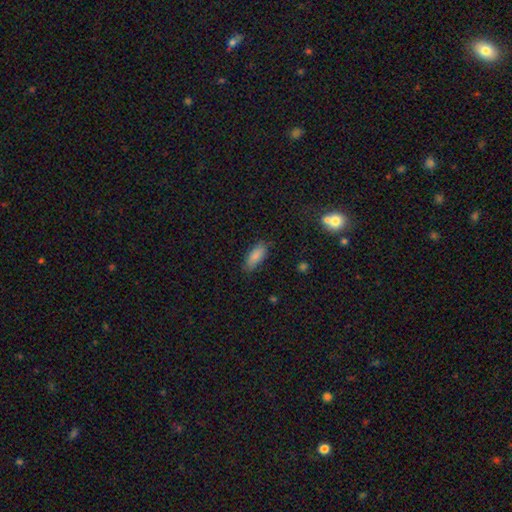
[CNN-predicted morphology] A smooth galaxy with no disk features (86%) that is in between round and cigar-shaped (79%).

Vote fractions:
- Smooth or featured? smooth: 86% / star or artifact: 7% / featured or disk: 7%
- How rounded? in between: 79% / cigar-shaped: 19% / round: 2%
- Merging? none: 83% / minor disturbance: 13% / major disturbance: 3% / merger: 1%